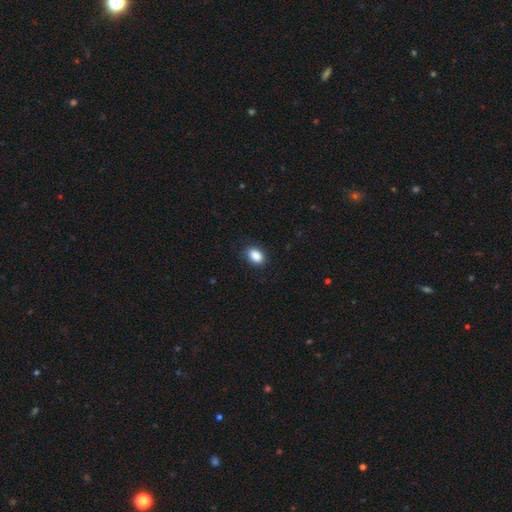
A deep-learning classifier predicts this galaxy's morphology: Q: Smooth or featured?
A: smooth (88%); runner-up: star or artifact (8%)
Q: How rounded?
A: in between (82%); runner-up: round (17%)
Q: Merging?
A: none (84%); runner-up: minor disturbance (12%)